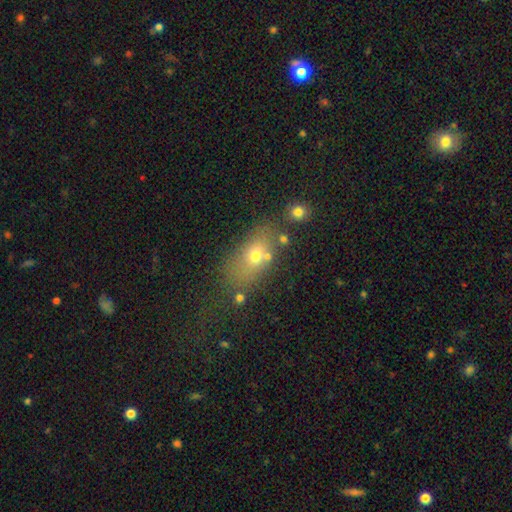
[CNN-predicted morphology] type=smooth (65%); roundness=in between (76%); merging=none (58%).